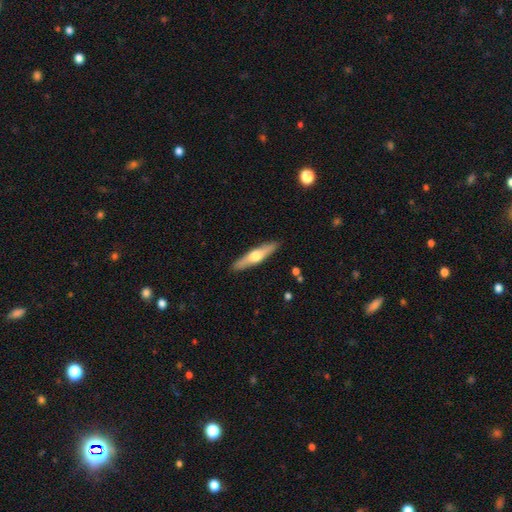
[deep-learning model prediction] Morphology: type=featured or disk (53%); edge-on=yes (93%); merging=none (90%).